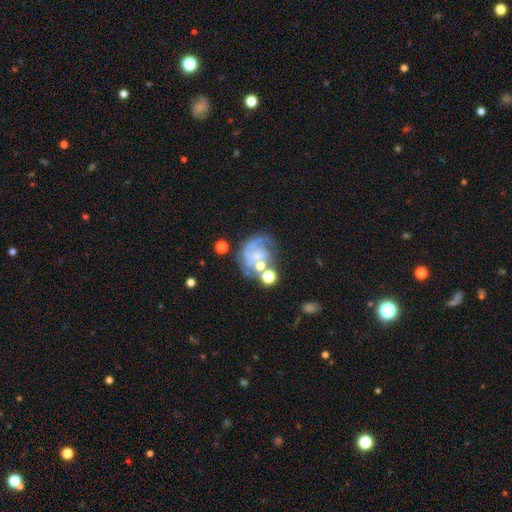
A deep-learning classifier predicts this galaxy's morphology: smooth_or_featured: featured or disk (p=0.62) [alt: smooth p=0.25]
disk_edge_on: no (p=0.98) [alt: yes p=0.02]
bar: no (p=0.66) [alt: weak p=0.27]
has_spiral_arms: yes (p=0.71) [alt: no p=0.29]
bulge_size: small (p=0.49) [alt: none p=0.25]
merging: none (p=0.39) [alt: major disturbance p=0.26]